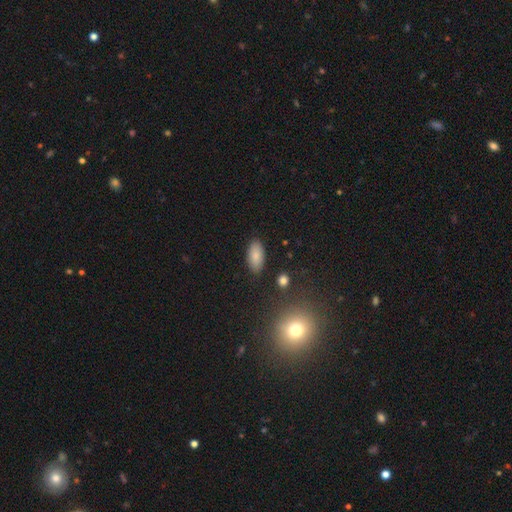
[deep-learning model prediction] Smooth or featured?
  - smooth: 83% *
  - star or artifact: 8%
  - featured or disk: 8%
How rounded?
  - in between: 93% *
  - cigar-shaped: 4%
  - round: 3%
Merging?
  - none: 87% *
  - minor disturbance: 9%
  - major disturbance: 2%
  - merger: 2%